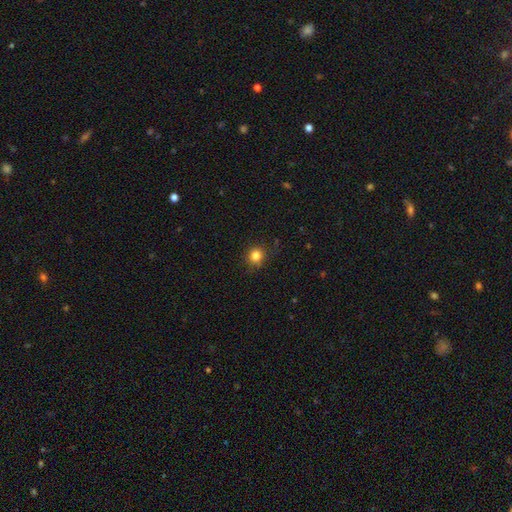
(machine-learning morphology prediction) smooth-or-featured: smooth: 83% | star or artifact: 12% | featured or disk: 5%
  how-rounded: round: 86% | in between: 13% | cigar-shaped: 1%
  merging: none: 85% | minor disturbance: 12% | major disturbance: 3% | merger: 1%